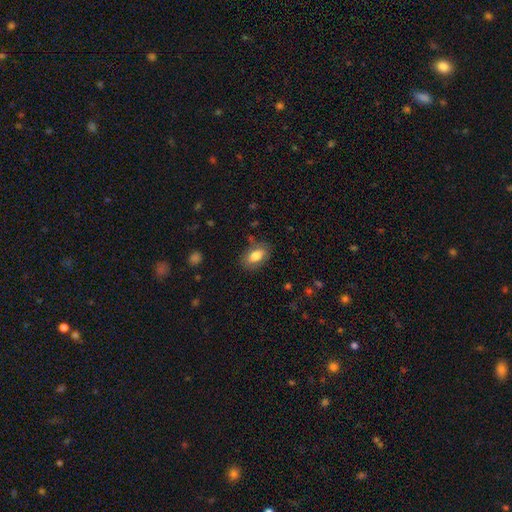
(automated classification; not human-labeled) Smooth or featured? smooth (79%)
How rounded? in between (90%)
Merging? none (80%)